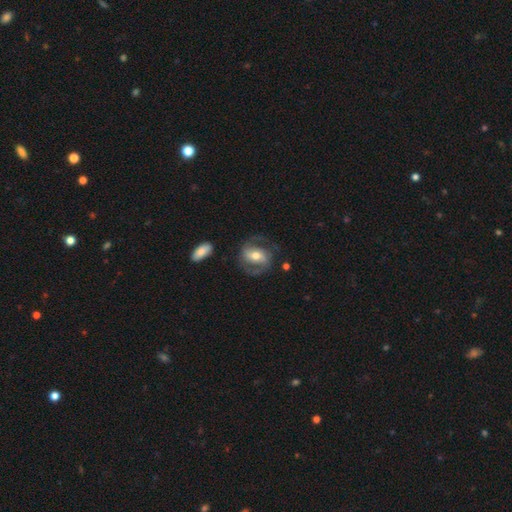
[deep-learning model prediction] A featured or disk galaxy (78%) with a weak bar (38%), 2 (89%) medium (54%) spiral arms (91%) and a moderate central bulge (69%).

Vote fractions:
- Smooth or featured? featured or disk: 78% / smooth: 16% / star or artifact: 6%
- Edge-on disk? no: 97% / yes: 3%
- Bar? weak: 38% / strong: 37% / no: 25%
- Spiral arms? yes: 91% / no: 9%
- Spiral winding? medium: 54% / tight: 24% / loose: 22%
- Spiral arm count? 2: 89% / can't tell: 5% / 1: 3% / 3: 1% / 4: 1% / more than 4: 1%
- Bulge size? moderate: 69% / small: 19% / large: 9% / dominant: 1% / none: 1%
- Merging? none: 73% / minor disturbance: 15% / major disturbance: 10% / merger: 2%